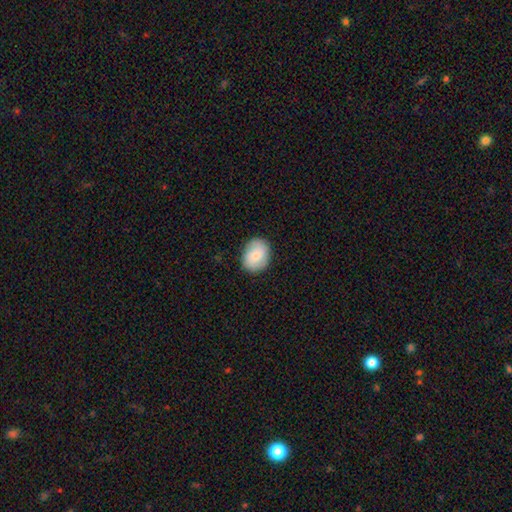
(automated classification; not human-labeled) Overall: smooth (78%). How rounded: in between (54%; round 45%). Merging: none (83%).